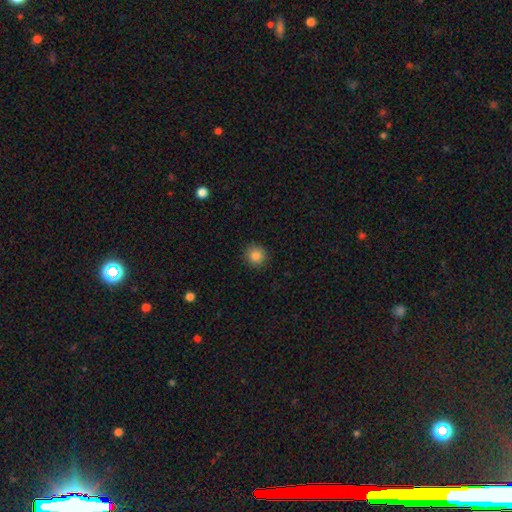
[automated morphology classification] smooth 84%, star or artifact 11%, featured or disk 5%. Down the decision tree: how rounded — round (92%); merging — none (91%).